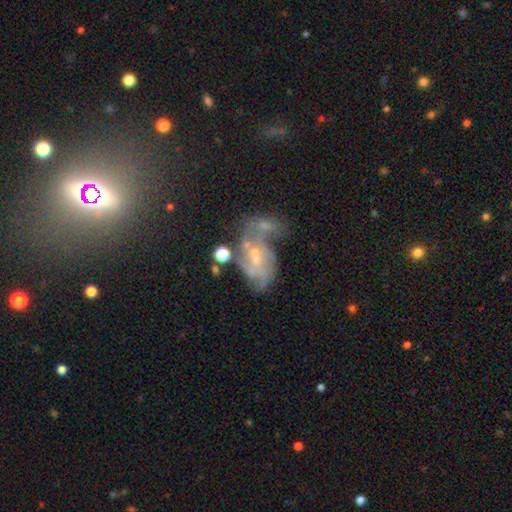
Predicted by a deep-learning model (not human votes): Smooth or featured?
  - featured or disk: 71% *
  - star or artifact: 15%
  - smooth: 15%
Edge-on disk?
  - no: 97% *
  - yes: 3%
Bar?
  - no: 57% *
  - weak: 35%
  - strong: 9%
Spiral arms?
  - yes: 83% *
  - no: 17%
Spiral winding?
  - medium: 45% *
  - tight: 31%
  - loose: 25%
Spiral arm count?
  - 2: 32% *
  - can't tell: 31%
  - 3: 19%
  - 4: 7%
  - 1: 6%
  - more than 4: 5%
Bulge size?
  - small: 66% *
  - moderate: 22%
  - none: 9%
  - large: 2%
  - dominant: 1%
Merging?
  - merger: 34% *
  - none: 31%
  - major disturbance: 19%
  - minor disturbance: 16%